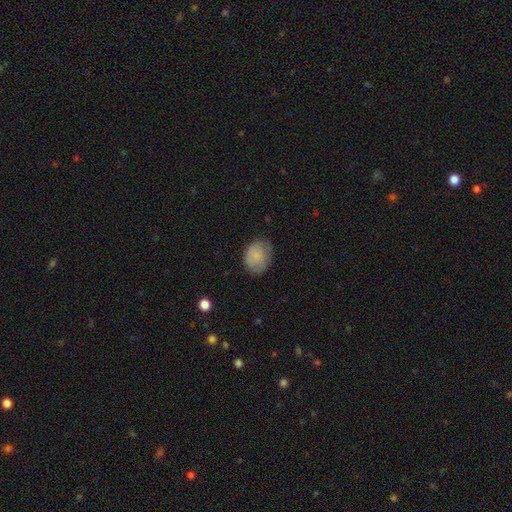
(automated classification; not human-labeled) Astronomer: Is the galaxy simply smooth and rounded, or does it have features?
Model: smooth — 81%.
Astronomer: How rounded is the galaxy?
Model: in between — 57% (runner-up: round, 42%).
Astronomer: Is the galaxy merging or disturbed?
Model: none — 70%.